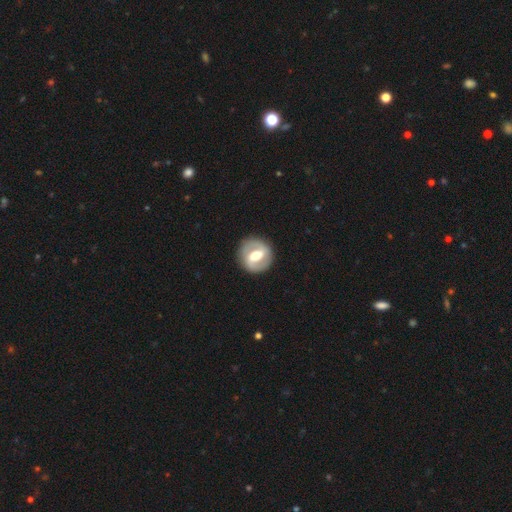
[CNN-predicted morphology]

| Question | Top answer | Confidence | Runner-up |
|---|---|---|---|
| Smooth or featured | featured or disk | 74% | smooth (21%) |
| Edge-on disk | no | 97% | yes (3%) |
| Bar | strong | 51% | weak (36%) |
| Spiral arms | yes | 73% | no (27%) |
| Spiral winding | medium | 43% | tight (42%) |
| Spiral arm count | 2 | 87% | can't tell (7%) |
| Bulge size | moderate | 62% | large (26%) |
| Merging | none | 87% | minor disturbance (8%) |